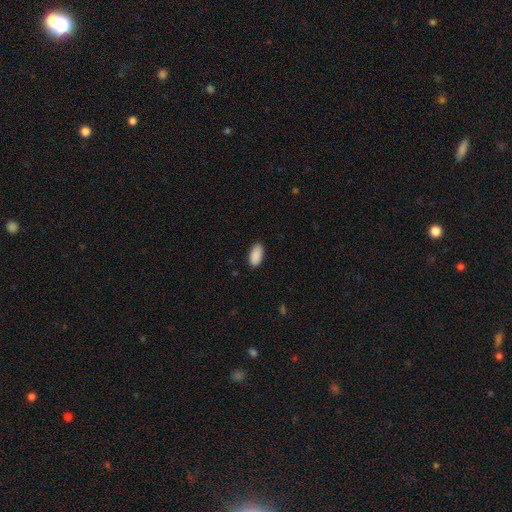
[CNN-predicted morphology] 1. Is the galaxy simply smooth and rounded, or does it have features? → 90% smooth, 7% star or artifact, 3% featured or disk.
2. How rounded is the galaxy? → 94% in between, 4% cigar-shaped, 2% round.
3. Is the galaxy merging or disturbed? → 84% none, 13% minor disturbance, 2% major disturbance, 1% merger.